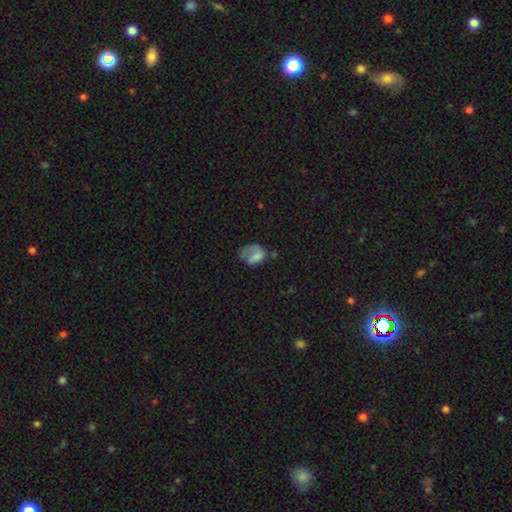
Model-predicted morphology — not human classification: smooth-or-featured: smooth: 54% | featured or disk: 36% | star or artifact: 10%
  how-rounded: in between: 68% | round: 30% | cigar-shaped: 2%
  merging: major disturbance: 44% | none: 26% | minor disturbance: 25% | merger: 5%